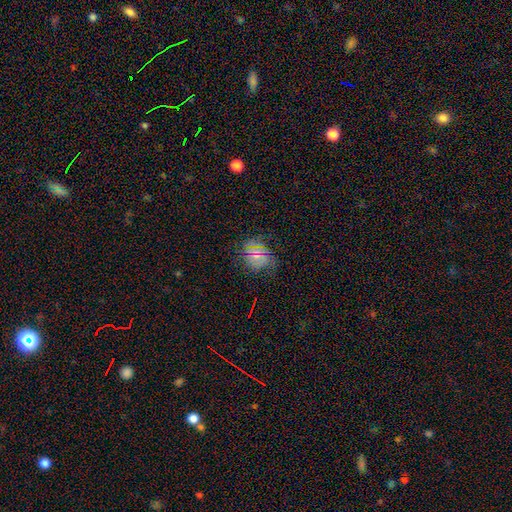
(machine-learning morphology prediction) The model was most divided on "smooth or featured": smooth: 43%, star or artifact: 37%, featured or disk: 20%. More confident: merging — none (76%).